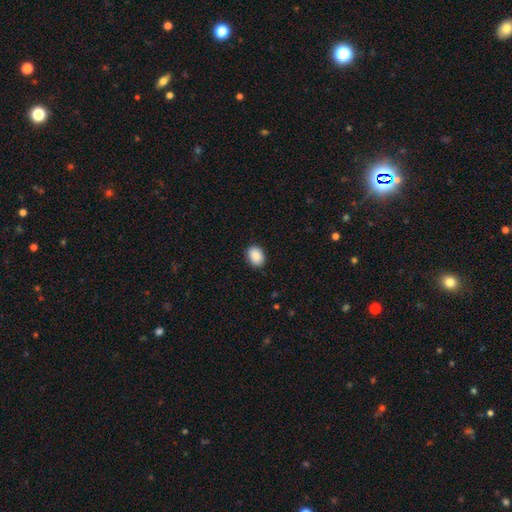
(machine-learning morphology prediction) Smooth or featured? Predicted: smooth (p=0.90). How rounded? Predicted: in between (p=0.73). Merging? Predicted: none (p=0.88).